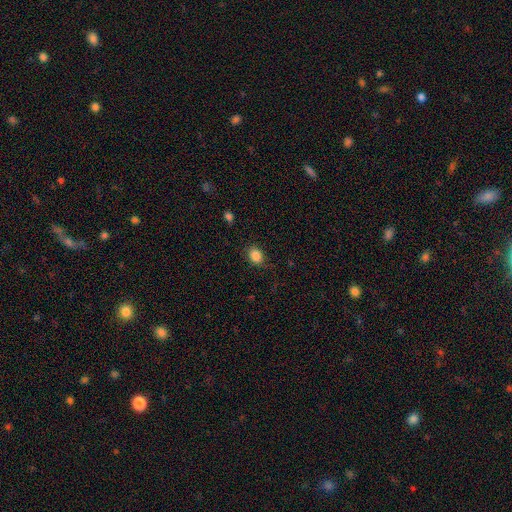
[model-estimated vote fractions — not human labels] smooth 86%, star or artifact 10%, featured or disk 4%. Down the decision tree: how rounded — in between (53%); merging — none (84%).